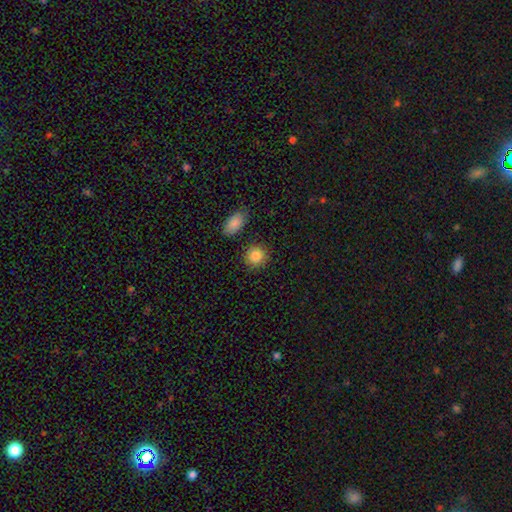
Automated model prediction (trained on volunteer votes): This appears to be a smooth galaxy with no disk features (86%) that is round (84%). Merging: none (86%).